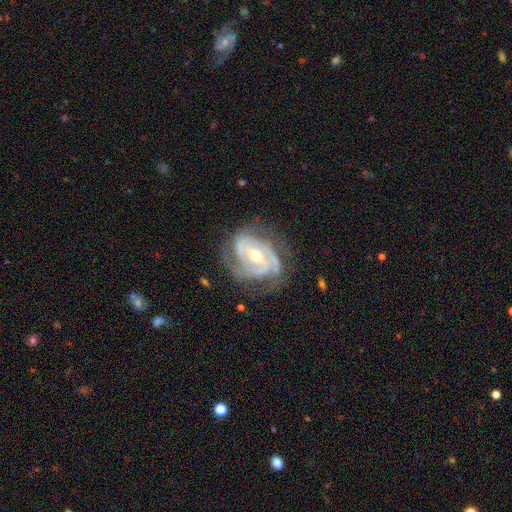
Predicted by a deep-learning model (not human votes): Morphology: type=featured or disk (90%); edge-on=no (97%); bar=no (41%); spiral arms=yes (97%); winding=tight (62%); arm count=3 (39%); bulge=moderate (53%); merging=none (66%).